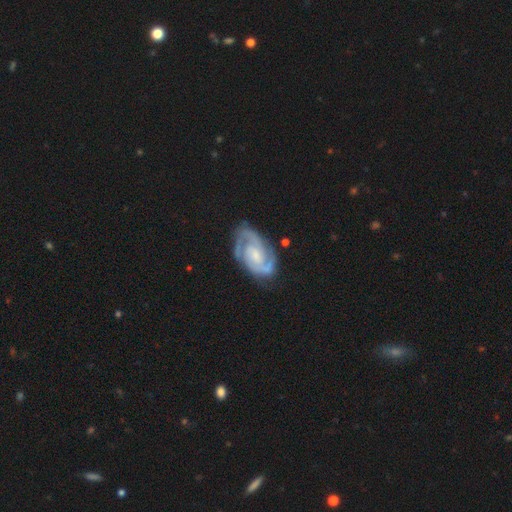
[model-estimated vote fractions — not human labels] Smooth or featured: featured or disk — 90% (smooth — 6%)
Edge-on disk: no — 97% (yes — 3%)
Bar: no — 51% (weak — 39%)
Spiral arms: yes — 98% (no — 2%)
Spiral winding: tight — 53% (medium — 41%)
Spiral arm count: 2 — 82% (3 — 9%)
Bulge size: small — 53% (moderate — 33%)
Merging: none — 76% (minor disturbance — 17%)